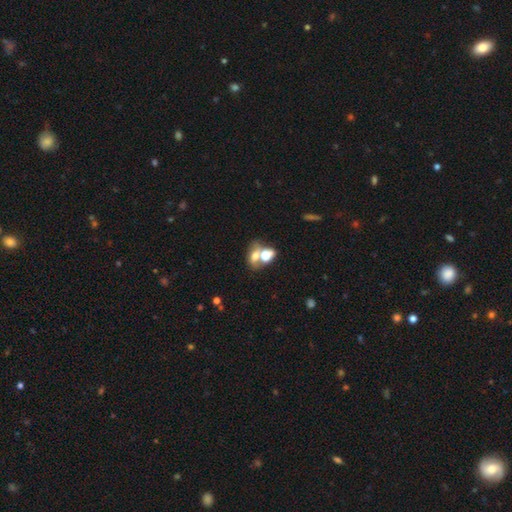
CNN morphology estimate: Smooth or featured?
  - smooth: 62% *
  - featured or disk: 23%
  - star or artifact: 15%
How rounded?
  - in between: 70% *
  - round: 27%
  - cigar-shaped: 2%
Merging?
  - merger: 57% *
  - none: 28%
  - minor disturbance: 9%
  - major disturbance: 6%